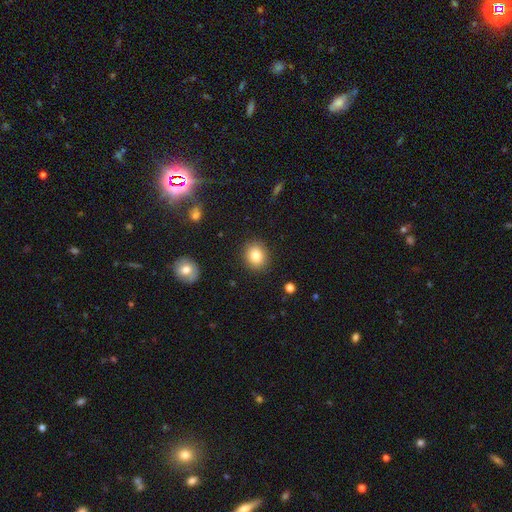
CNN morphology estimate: Overall: smooth (83%). How rounded: round (68%; in between 31%). Merging: none (89%).